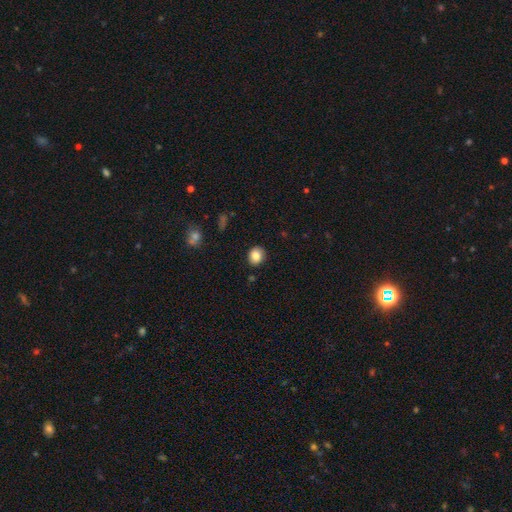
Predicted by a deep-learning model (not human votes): This is clearly a smooth galaxy (84%). How rounded: likely round (69%). Merging: clearly none (88%).